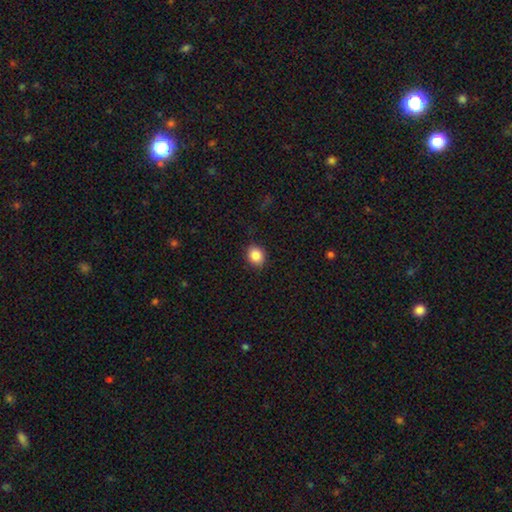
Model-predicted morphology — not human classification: smooth 86%, star or artifact 9%, featured or disk 5%. Down the decision tree: how rounded — round (63%); merging — none (88%).